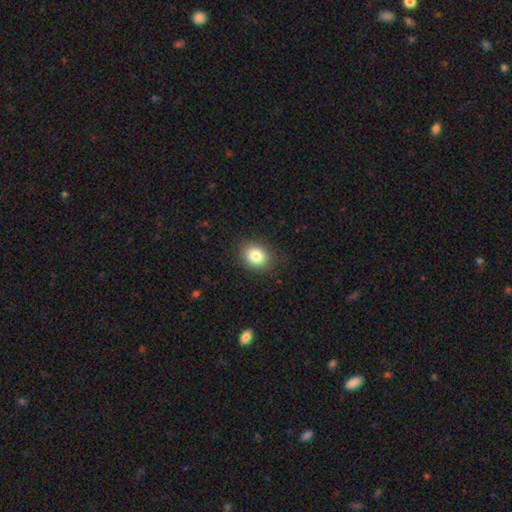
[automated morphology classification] smooth-or-featured: smooth: 83% | star or artifact: 10% | featured or disk: 7%
  how-rounded: round: 57% | in between: 42% | cigar-shaped: 1%
  merging: none: 87% | minor disturbance: 9% | major disturbance: 3% | merger: 1%